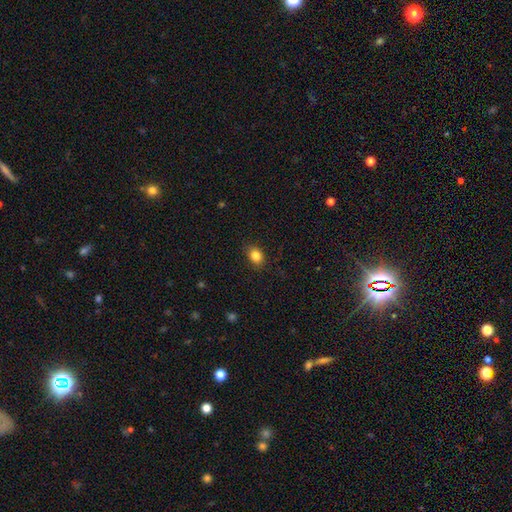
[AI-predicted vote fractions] Smooth or featured?
  - smooth: 84% *
  - star or artifact: 10%
  - featured or disk: 6%
How rounded?
  - in between: 63% *
  - round: 36%
  - cigar-shaped: 1%
Merging?
  - none: 84% *
  - minor disturbance: 12%
  - major disturbance: 3%
  - merger: 1%